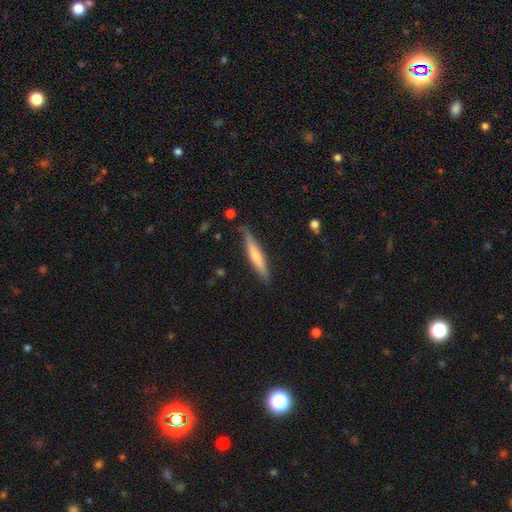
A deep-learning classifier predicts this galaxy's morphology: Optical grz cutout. It shows a featured or disk galaxy (51%) viewed edge-on (95%). Merging: none (86%).